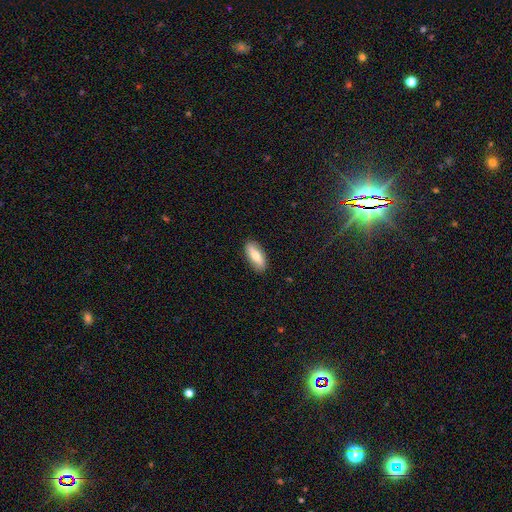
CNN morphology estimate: type=smooth (68%); roundness=in between (76%); merging=none (88%).